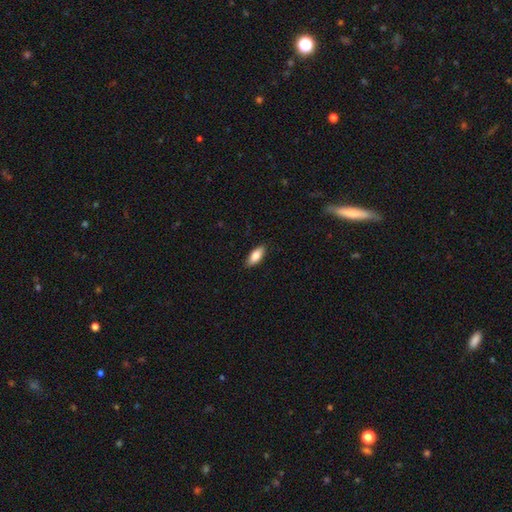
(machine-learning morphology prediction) A smooth galaxy with no disk features (84%) that is in between round and cigar-shaped (82%). Merging: none (88%).